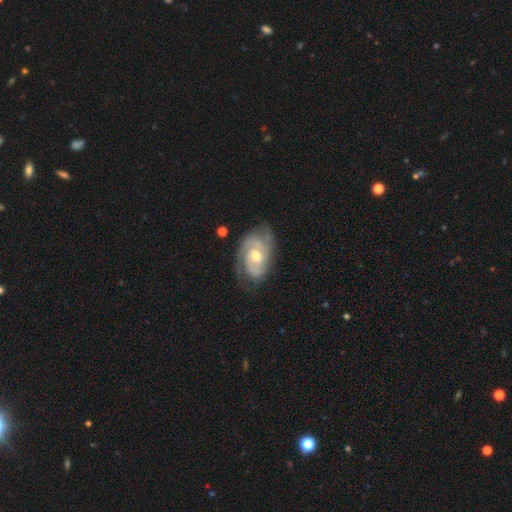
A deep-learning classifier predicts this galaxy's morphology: This appears to be a featured or disk galaxy (87%) with no bar (61%), 2 (40%) tight (60%) spiral arms (96%) and a moderate central bulge (63%). Merging: none (70%).